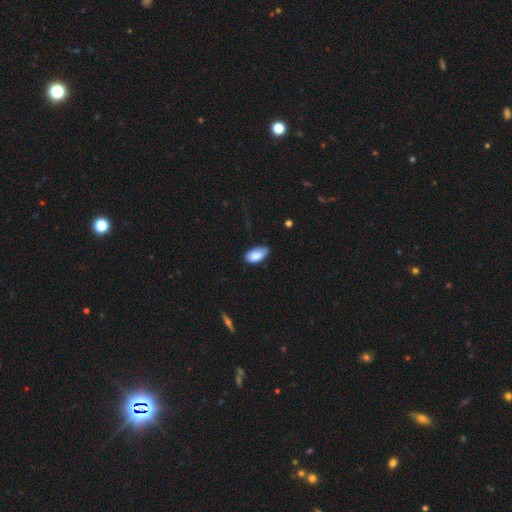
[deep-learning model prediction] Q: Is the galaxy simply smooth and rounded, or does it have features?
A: smooth — 85%.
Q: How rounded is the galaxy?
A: in between — 95%.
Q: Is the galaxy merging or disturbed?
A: none — 54%.